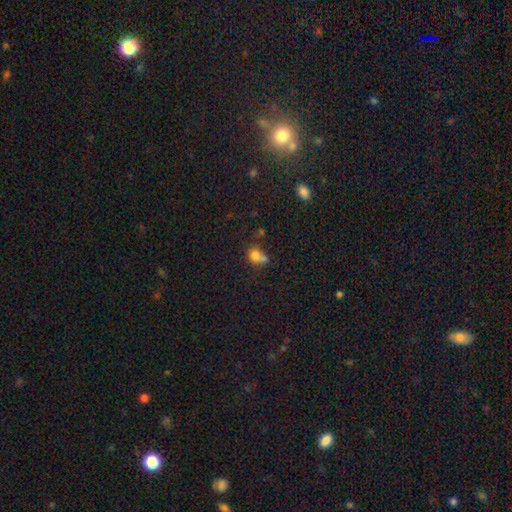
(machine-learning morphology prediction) smooth-or-featured: smooth: 75% | star or artifact: 13% | featured or disk: 12%
  how-rounded: round: 59% | in between: 39% | cigar-shaped: 1%
  merging: merger: 48% | none: 31% | minor disturbance: 14% | major disturbance: 8%